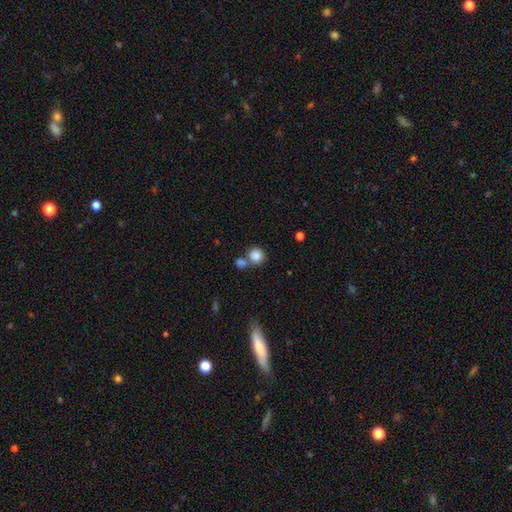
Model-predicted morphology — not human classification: A smooth galaxy with no disk features (85%) that is round (88%). Merging: none (56%).